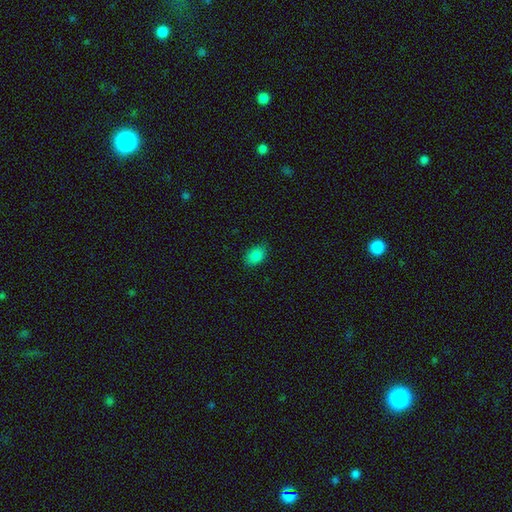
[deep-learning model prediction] Overall: smooth (84%). How rounded: in between (85%). Merging: none (84%).